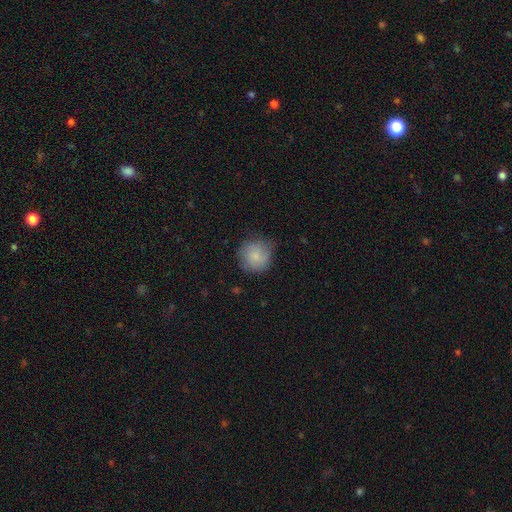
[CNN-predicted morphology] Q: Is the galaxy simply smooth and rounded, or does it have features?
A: smooth — 81%.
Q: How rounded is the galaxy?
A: round — 92%.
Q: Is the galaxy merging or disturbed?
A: none — 72%.